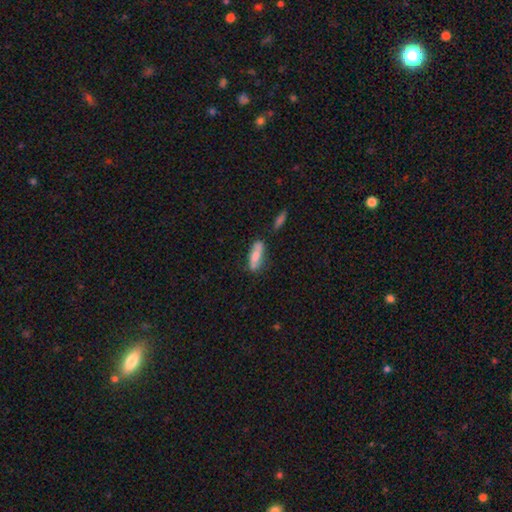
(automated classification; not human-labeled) Smooth or featured: smooth — 67% (featured or disk — 26%)
How rounded: cigar-shaped — 50% (in between — 48%)
Merging: none — 69% (minor disturbance — 17%)